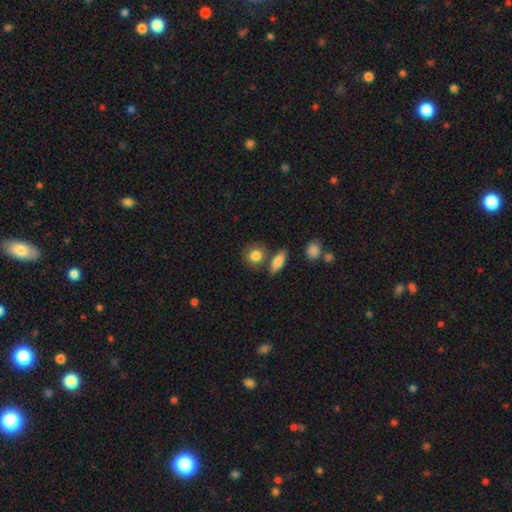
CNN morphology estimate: smooth-or-featured: smooth: 83% | featured or disk: 9% | star or artifact: 7%
  how-rounded: round: 66% | in between: 30% | cigar-shaped: 4%
  merging: none: 66% | merger: 17% | minor disturbance: 13% | major disturbance: 4%